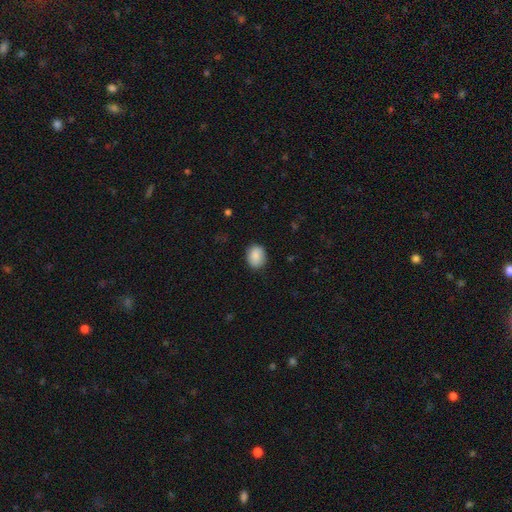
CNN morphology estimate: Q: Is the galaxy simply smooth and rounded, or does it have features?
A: smooth — 89%.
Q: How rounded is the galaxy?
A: in between — 50%.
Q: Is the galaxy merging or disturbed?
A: none — 86%.